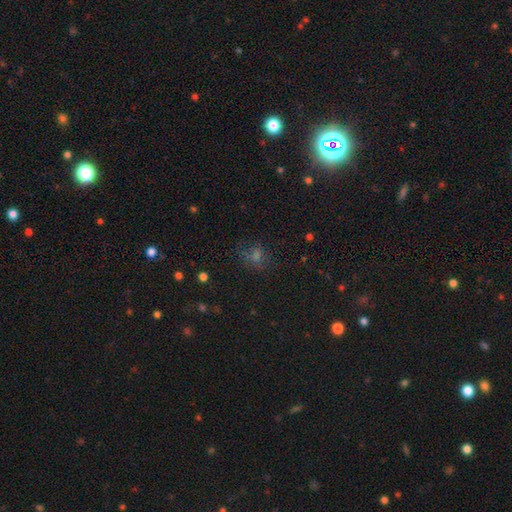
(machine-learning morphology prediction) Smooth or featured? smooth (44%)
Merging? none (66%)